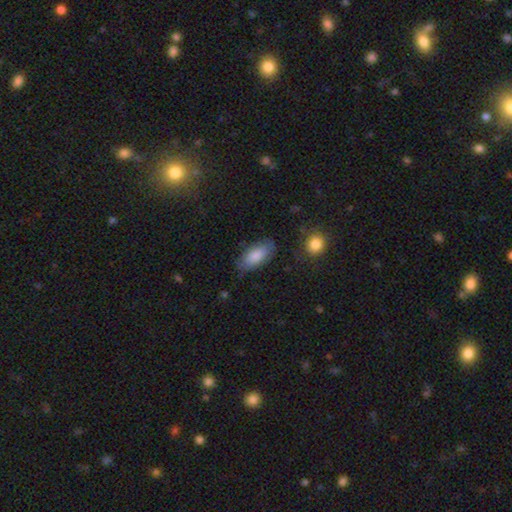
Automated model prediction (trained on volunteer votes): smooth-or-featured: smooth: 81% | featured or disk: 13% | star or artifact: 6%
  how-rounded: in between: 90% | cigar-shaped: 8% | round: 2%
  merging: none: 75% | minor disturbance: 18% | major disturbance: 5% | merger: 2%